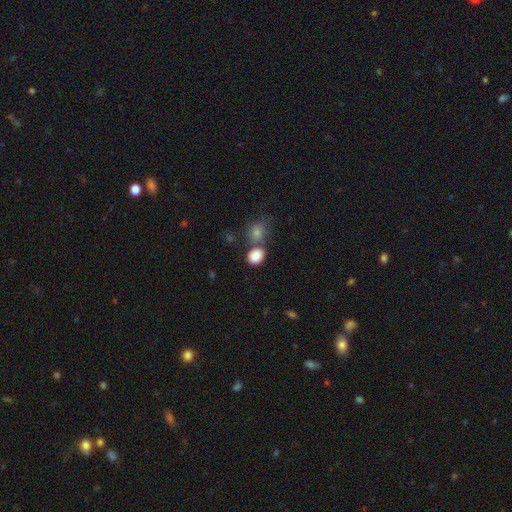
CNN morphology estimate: Smooth or featured: smooth — 86% (star or artifact — 9%)
How rounded: in between — 55% (round — 44%)
Merging: none — 53% (merger — 29%)